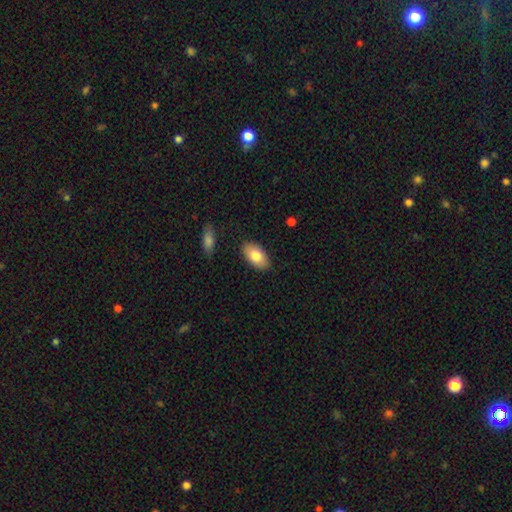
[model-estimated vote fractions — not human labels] Smooth or featured? Predicted: smooth (p=0.80). How rounded? Predicted: in between (p=0.94). Merging? Predicted: none (p=0.87).